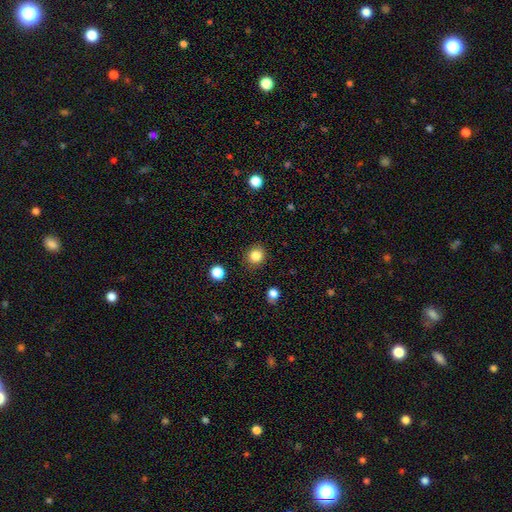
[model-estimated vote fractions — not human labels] Smooth or featured: smooth — 84% (star or artifact — 12%)
How rounded: round — 89% (in between — 10%)
Merging: none — 89% (minor disturbance — 7%)